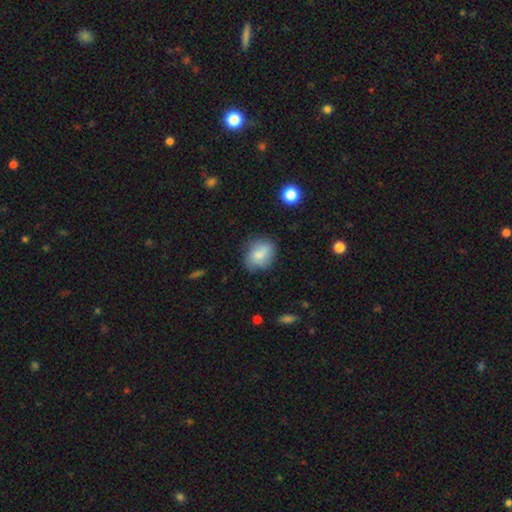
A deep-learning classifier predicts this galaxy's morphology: Smooth or featured: smooth — 79% (featured or disk — 13%)
How rounded: in between — 53% (round — 45%)
Merging: none — 73% (minor disturbance — 20%)